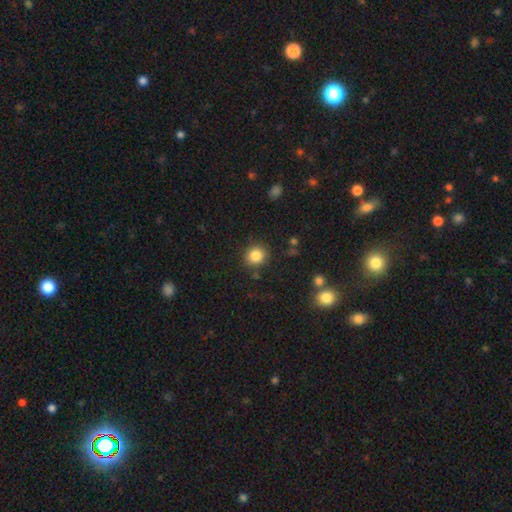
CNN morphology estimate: smooth 84%, star or artifact 11%, featured or disk 6%. Down the decision tree: how rounded — round (87%); merging — none (86%).